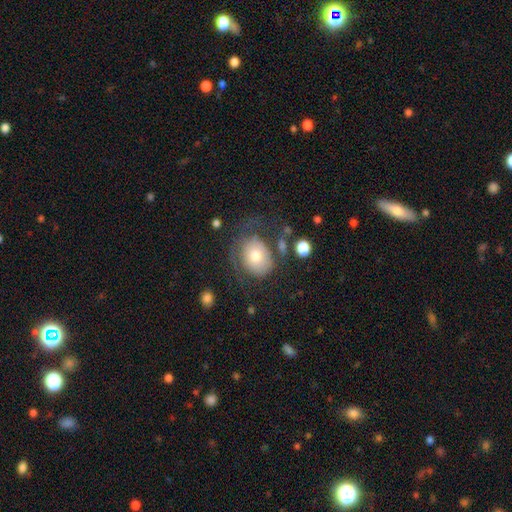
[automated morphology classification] smooth 62%, featured or disk 29%, star or artifact 9%. Down the decision tree: how rounded — round (55%); merging — none (45%).